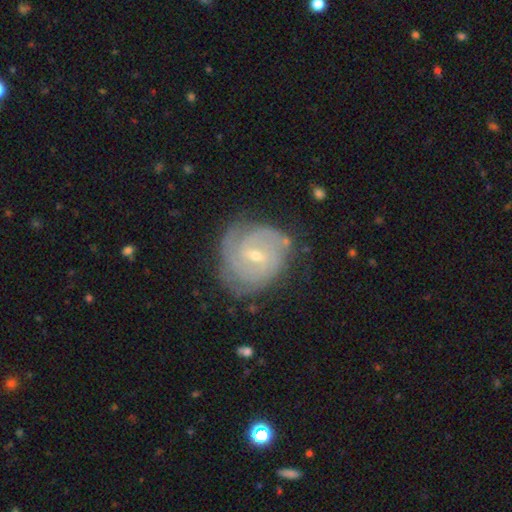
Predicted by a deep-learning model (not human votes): Smooth or featured: featured or disk — 83% (smooth — 12%)
Edge-on disk: no — 97% (yes — 3%)
Bar: weak — 59% (no — 28%)
Spiral arms: yes — 94% (no — 6%)
Spiral winding: tight — 69% (medium — 25%)
Spiral arm count: can't tell — 32% (2 — 30%)
Bulge size: small — 62% (moderate — 35%)
Merging: none — 72% (minor disturbance — 19%)